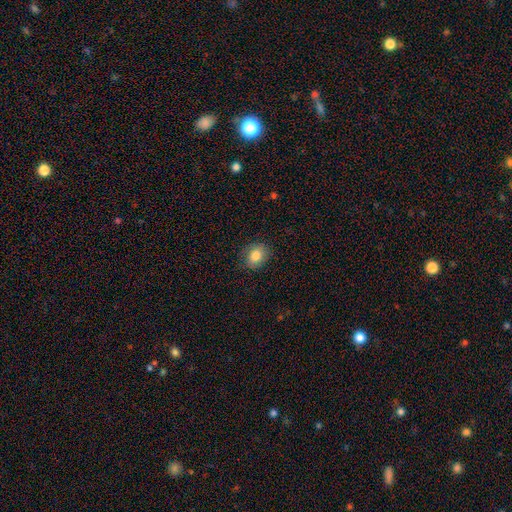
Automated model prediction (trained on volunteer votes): This is clearly a smooth galaxy (82%). How rounded: possibly round (50%). Merging: clearly none (83%).